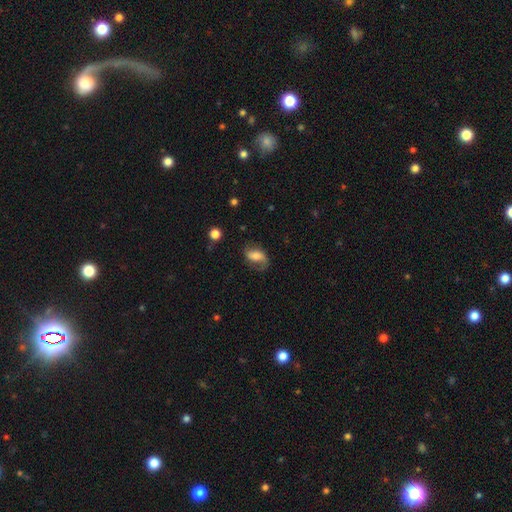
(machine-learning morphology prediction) The model was most divided on "smooth or featured": featured or disk: 47%, smooth: 44%, star or artifact: 8%. More confident: merging — none (58%).